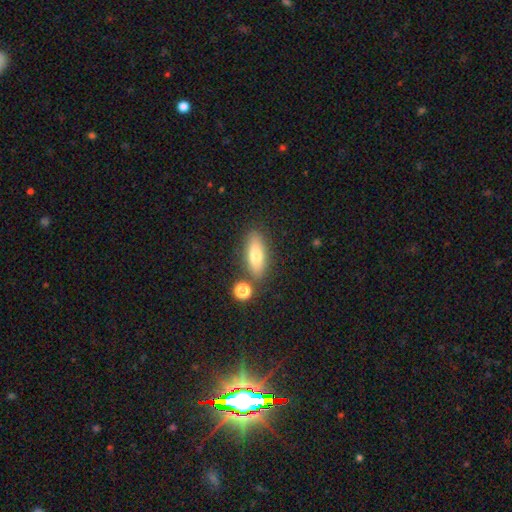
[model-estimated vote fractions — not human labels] Overall: smooth (72%). How rounded: in between (60%; cigar-shaped 36%). Merging: none (78%).